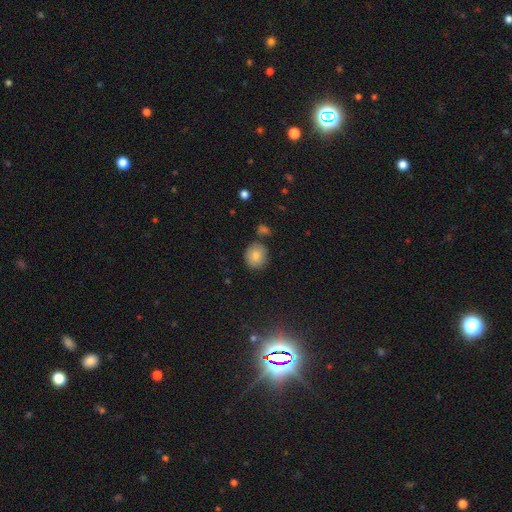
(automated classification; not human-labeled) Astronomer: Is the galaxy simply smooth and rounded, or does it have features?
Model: smooth — 82%.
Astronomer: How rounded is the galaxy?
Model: round — 82%.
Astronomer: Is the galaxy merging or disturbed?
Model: none — 77%.